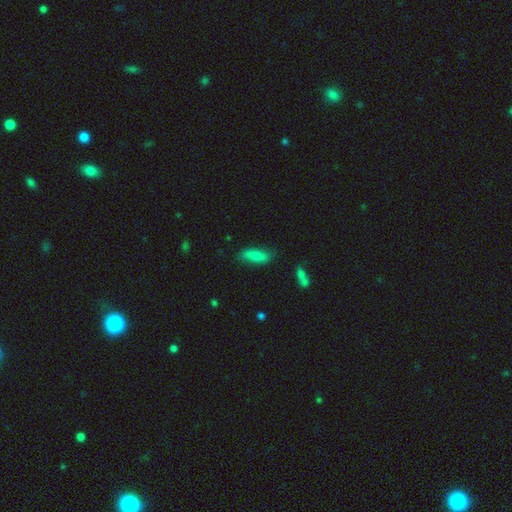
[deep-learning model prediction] Q: Smooth or featured?
A: smooth (80%); runner-up: featured or disk (13%)
Q: How rounded?
A: in between (60%); runner-up: cigar-shaped (38%)
Q: Merging?
A: none (73%); runner-up: minor disturbance (20%)